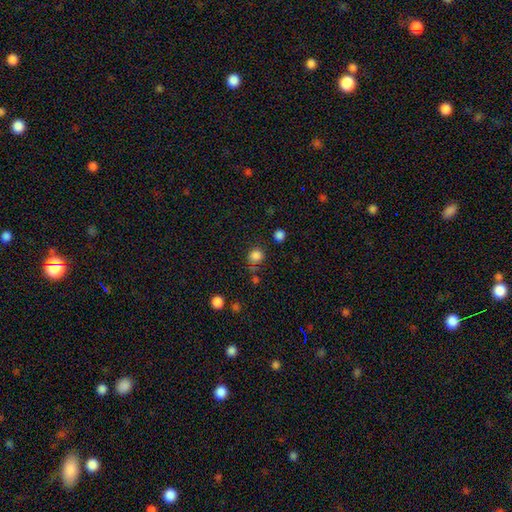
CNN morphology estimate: smooth_or_featured: smooth (p=0.83) [alt: star or artifact p=0.14]
how_rounded: round (p=0.87) [alt: in between p=0.12]
merging: none (p=0.76) [alt: minor disturbance p=0.12]